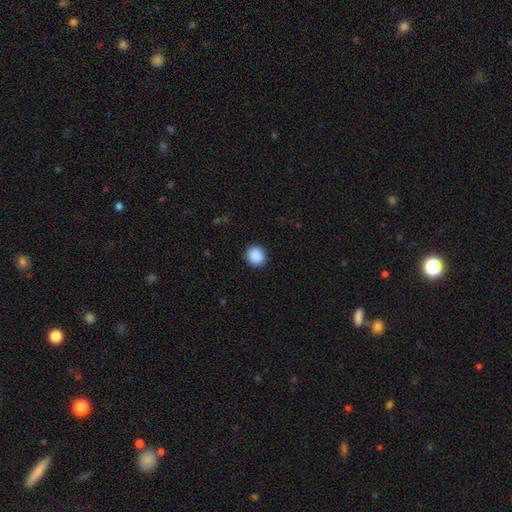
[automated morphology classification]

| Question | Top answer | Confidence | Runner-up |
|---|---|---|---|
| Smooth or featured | smooth | 90% | star or artifact (8%) |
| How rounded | round | 84% | in between (15%) |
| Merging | none | 91% | minor disturbance (6%) |